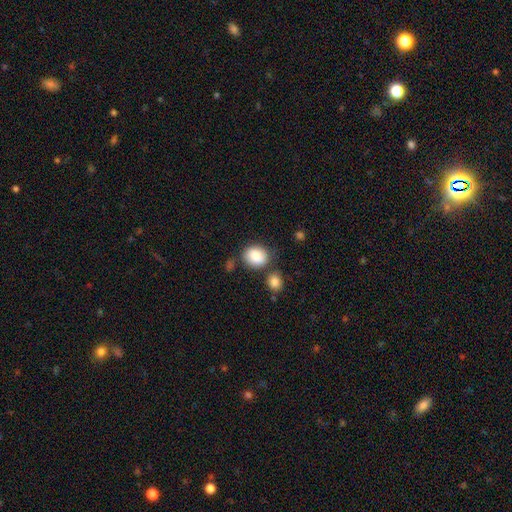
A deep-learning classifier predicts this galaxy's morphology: Smooth or featured? Predicted: smooth (p=0.83). How rounded? Predicted: round (p=0.56). Merging? Predicted: none (p=0.65).